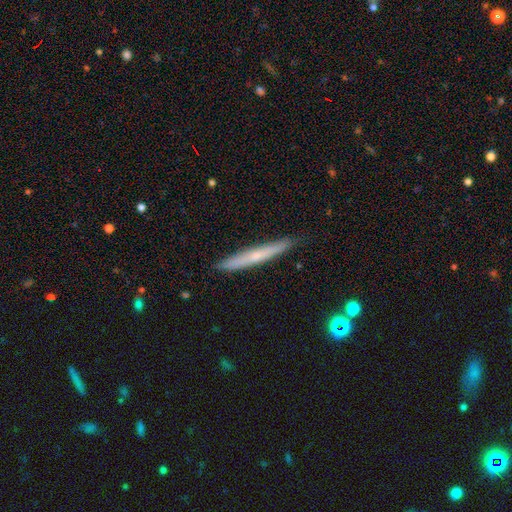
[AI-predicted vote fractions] smooth_or_featured: smooth (p=0.48) [alt: featured or disk p=0.45]
merging: none (p=0.87) [alt: minor disturbance p=0.10]